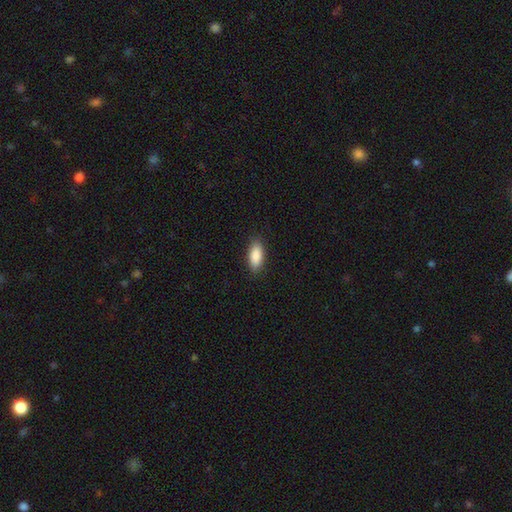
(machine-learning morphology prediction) smooth 89%, star or artifact 6%, featured or disk 5%. Down the decision tree: how rounded — in between (84%); merging — none (88%).